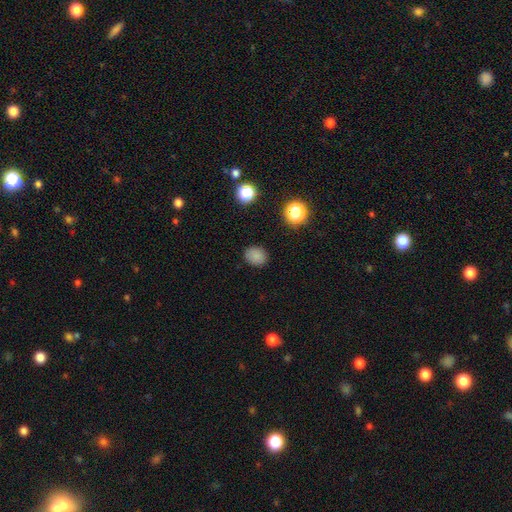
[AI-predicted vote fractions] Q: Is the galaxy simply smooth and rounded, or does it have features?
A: smooth — 82%.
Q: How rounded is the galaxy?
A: round — 63%.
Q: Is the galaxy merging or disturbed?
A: none — 87%.